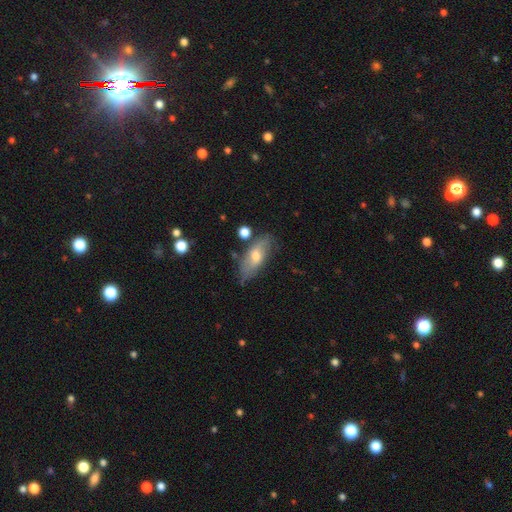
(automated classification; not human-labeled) Smooth or featured: smooth — 54% (featured or disk — 39%)
How rounded: in between — 78% (cigar-shaped — 18%)
Merging: none — 67% (minor disturbance — 22%)